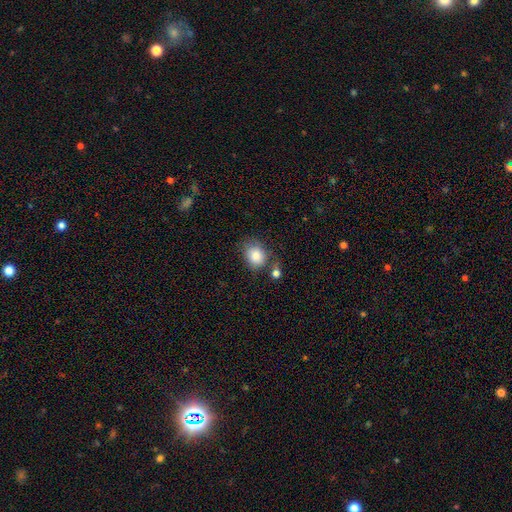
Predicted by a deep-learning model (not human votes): smooth_or_featured: smooth (p=0.83) [alt: star or artifact p=0.08]
how_rounded: round (p=0.54) [alt: in between p=0.45]
merging: none (p=0.59) [alt: minor disturbance p=0.21]